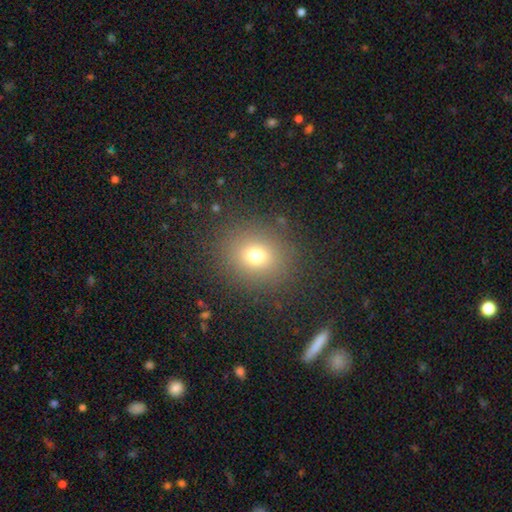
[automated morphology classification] A smooth galaxy with no disk features (71%) that is round (76%). Merging: none (86%).